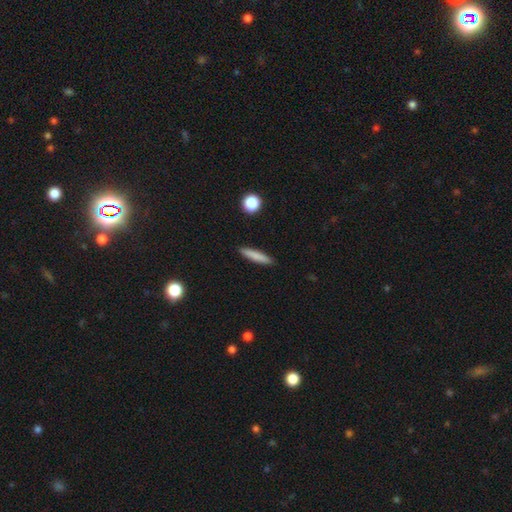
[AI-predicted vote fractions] Smooth or featured? smooth (81%)
How rounded? cigar-shaped (87%)
Merging? none (90%)